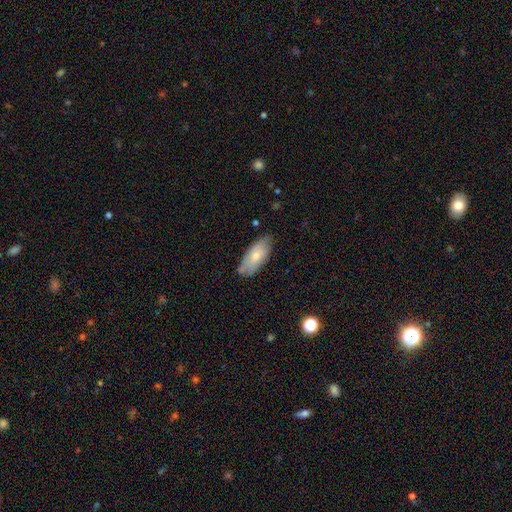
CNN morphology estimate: This is likely a smooth galaxy (71%). How rounded: clearly in between (86%). Merging: likely none (72%).